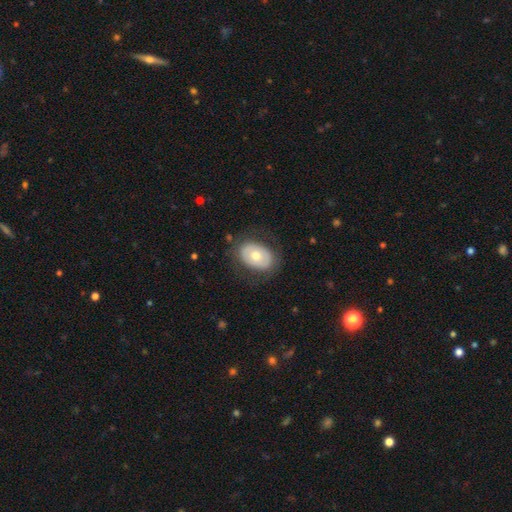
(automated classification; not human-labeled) smooth-or-featured: smooth: 56% | featured or disk: 38% | star or artifact: 7%
  how-rounded: in between: 78% | round: 21% | cigar-shaped: 1%
  merging: none: 78% | minor disturbance: 14% | major disturbance: 7% | merger: 1%